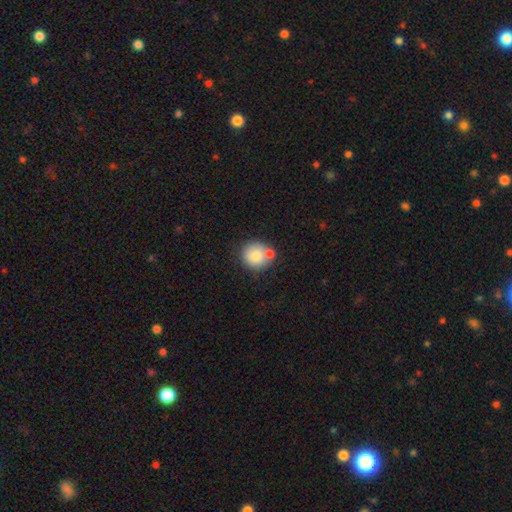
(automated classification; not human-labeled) smooth-or-featured: smooth: 82% | featured or disk: 10% | star or artifact: 8%
  how-rounded: round: 89% | in between: 10% | cigar-shaped: 1%
  merging: none: 59% | merger: 25% | minor disturbance: 13% | major disturbance: 4%